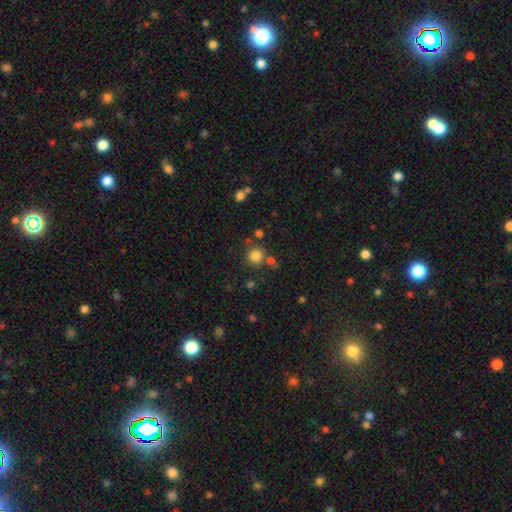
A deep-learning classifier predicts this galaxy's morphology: This is clearly a smooth galaxy (81%). How rounded: clearly round (91%). Merging: likely none (74%).